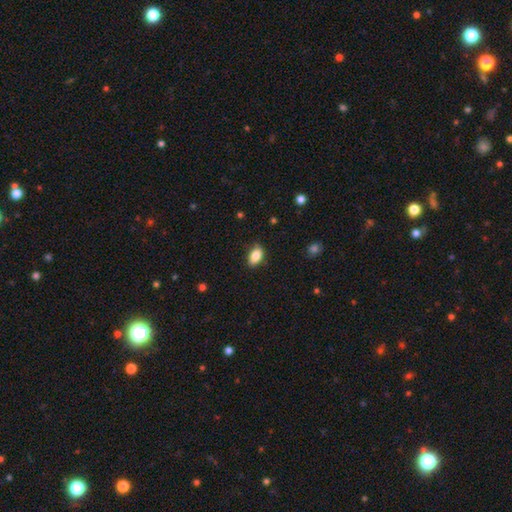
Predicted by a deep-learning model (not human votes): Morphology: type=smooth (86%); roundness=in between (91%); merging=none (83%).